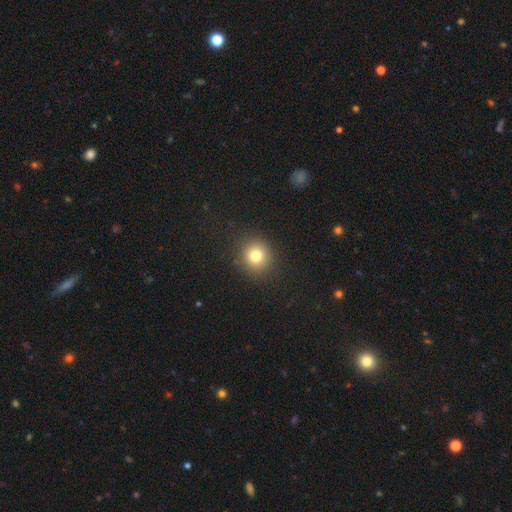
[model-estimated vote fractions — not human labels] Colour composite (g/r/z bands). It shows a smooth galaxy with no disk features (79%) that is round (88%). Merging: none (89%).